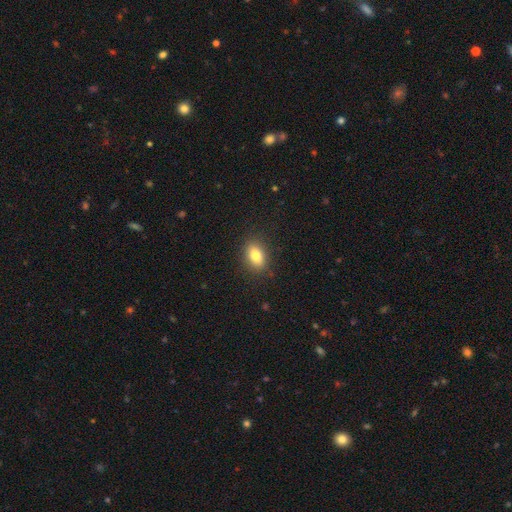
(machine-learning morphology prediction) This appears to be a smooth galaxy with no disk features (83%) that is in between round and cigar-shaped (83%). Merging: none (86%).